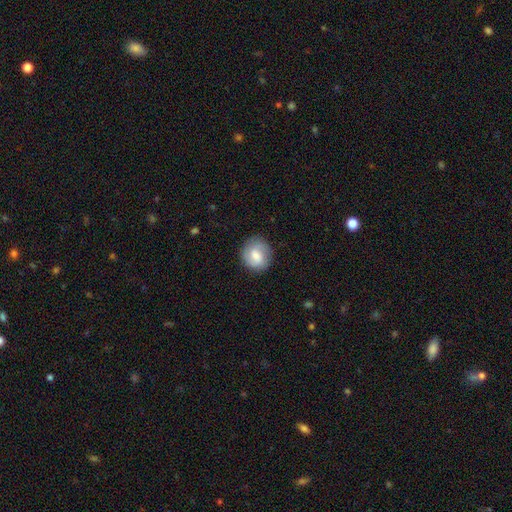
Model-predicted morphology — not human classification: Q: Smooth or featured?
A: smooth (63%); runner-up: featured or disk (30%)
Q: How rounded?
A: round (79%); runner-up: in between (20%)
Q: Merging?
A: none (82%); runner-up: minor disturbance (13%)